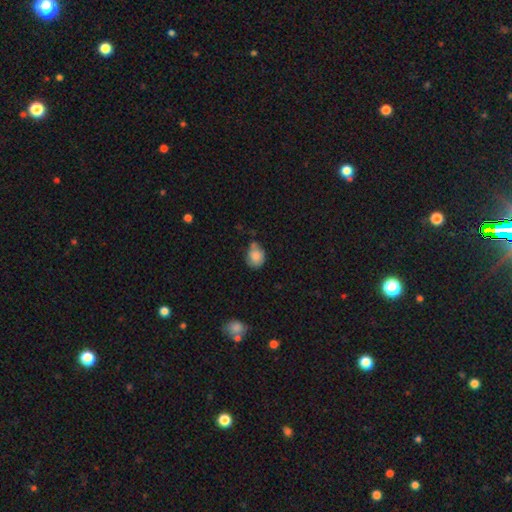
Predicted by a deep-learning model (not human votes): Q: Smooth or featured?
A: smooth (81%); runner-up: featured or disk (10%)
Q: How rounded?
A: round (62%); runner-up: in between (37%)
Q: Merging?
A: none (48%); runner-up: minor disturbance (34%)